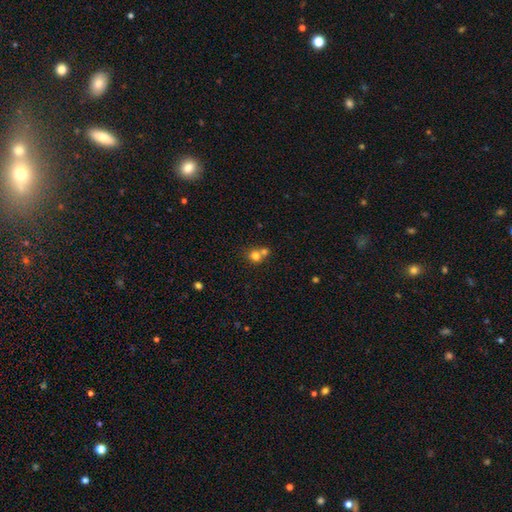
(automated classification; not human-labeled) Smooth or featured? smooth (75%)
How rounded? round (77%)
Merging? merger (54%)